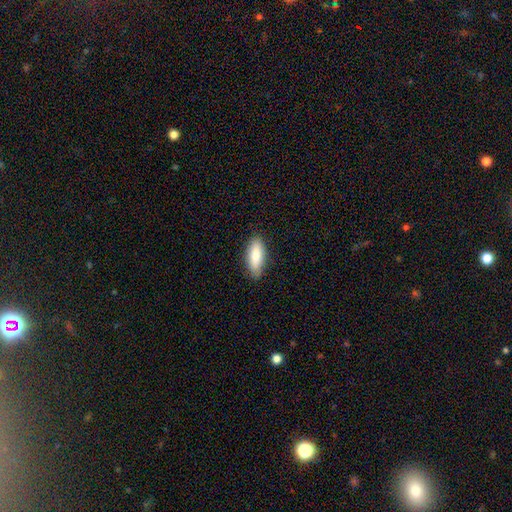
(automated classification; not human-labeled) Smooth or featured? Predicted: smooth (p=0.84). How rounded? Predicted: in between (p=0.70). Merging? Predicted: none (p=0.86).